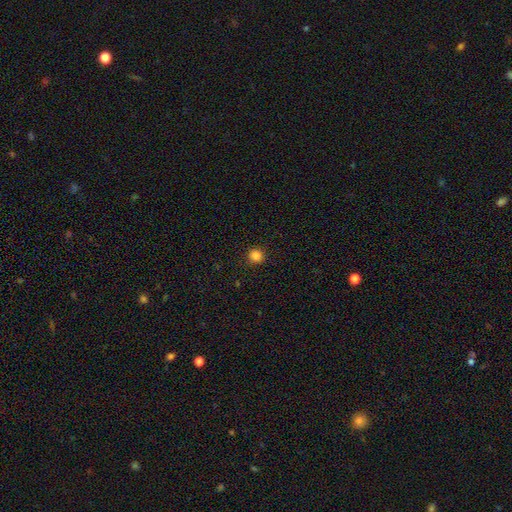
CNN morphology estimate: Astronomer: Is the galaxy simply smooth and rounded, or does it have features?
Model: smooth — 85%.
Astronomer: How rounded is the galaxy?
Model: round — 92%.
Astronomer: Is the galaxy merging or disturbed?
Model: none — 91%.